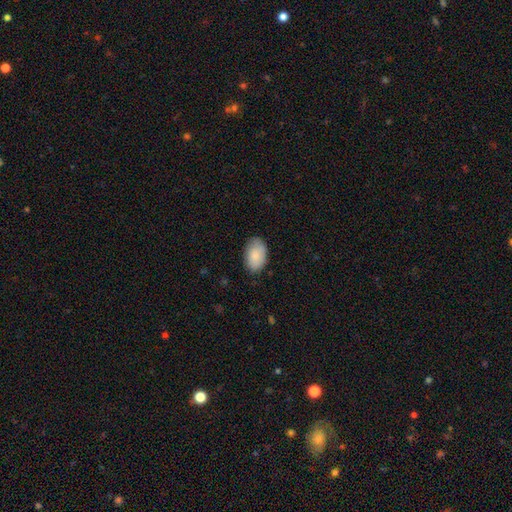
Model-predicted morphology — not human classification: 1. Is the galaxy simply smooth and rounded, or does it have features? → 85% smooth, 9% featured or disk, 6% star or artifact.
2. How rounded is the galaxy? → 92% in between, 7% round, 1% cigar-shaped.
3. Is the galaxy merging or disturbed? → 80% none, 16% minor disturbance, 3% major disturbance, 1% merger.